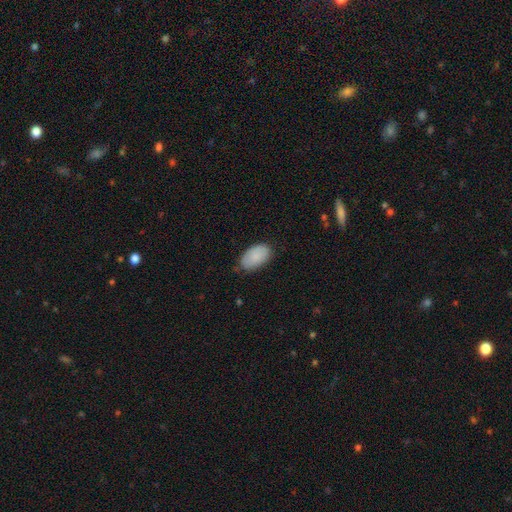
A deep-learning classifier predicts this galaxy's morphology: smooth_or_featured: smooth (p=0.87) [alt: featured or disk p=0.07]
how_rounded: in between (p=0.95) [alt: round p=0.04]
merging: none (p=0.78) [alt: minor disturbance p=0.18]